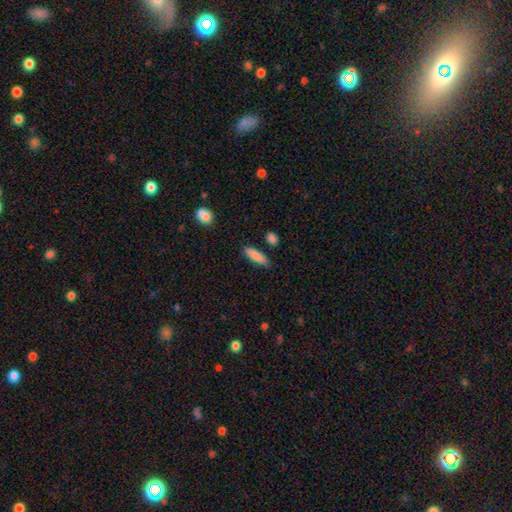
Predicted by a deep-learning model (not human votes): This appears to be a smooth galaxy with no disk features (84%) that is cigar-shaped (50%). Merging: none (81%).